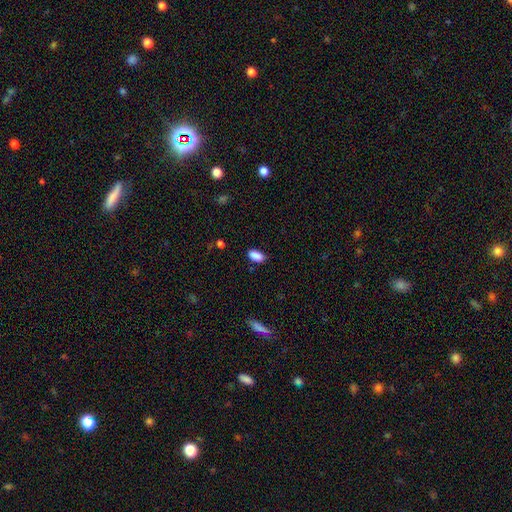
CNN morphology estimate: type=smooth (88%); roundness=in between (91%); merging=none (81%).